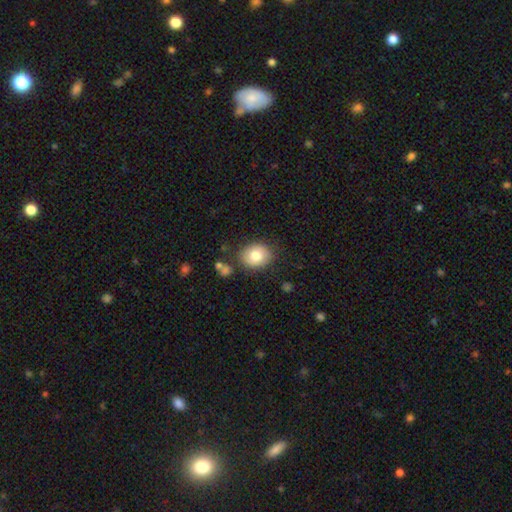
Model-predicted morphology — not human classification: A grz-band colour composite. It shows a smooth galaxy with no disk features (79%) that is round (53%). Merging: none (81%).